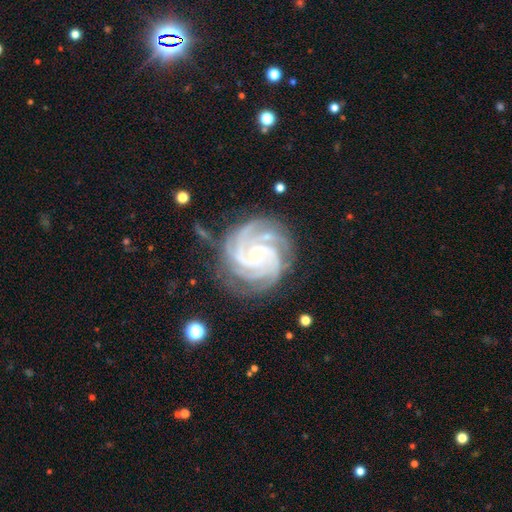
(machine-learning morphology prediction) A featured or disk galaxy (92%) with no bar (68%), 4 (43%) tight (78%) spiral arms (99%) and a small central bulge (75%).

Vote fractions:
- Smooth or featured? featured or disk: 92% / star or artifact: 5% / smooth: 3%
- Edge-on disk? no: 98% / yes: 2%
- Bar? no: 68% / weak: 22% / strong: 10%
- Spiral arms? yes: 99% / no: 1%
- Spiral winding? tight: 78% / medium: 20% / loose: 2%
- Spiral arm count? 4: 43% / 3: 25% / more than 4: 11% / can't tell: 8% / 2: 7% / 1: 5%
- Bulge size? small: 75% / moderate: 22% / none: 1% / large: 1% / dominant: 1%
- Merging? none: 76% / minor disturbance: 16% / major disturbance: 5% / merger: 2%